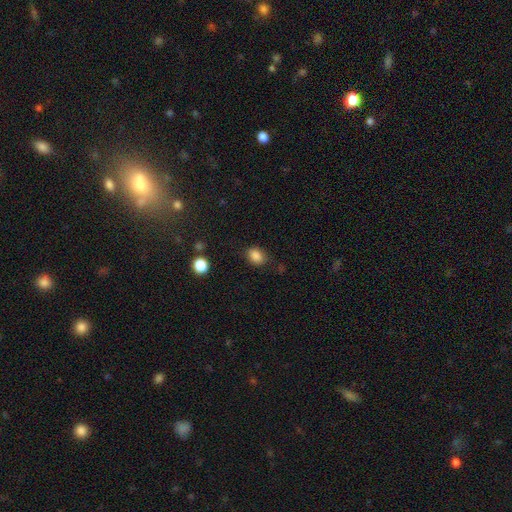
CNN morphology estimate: smooth_or_featured: smooth (p=0.85) [alt: star or artifact p=0.10]
how_rounded: in between (p=0.63) [alt: round p=0.36]
merging: none (p=0.79) [alt: minor disturbance p=0.15]